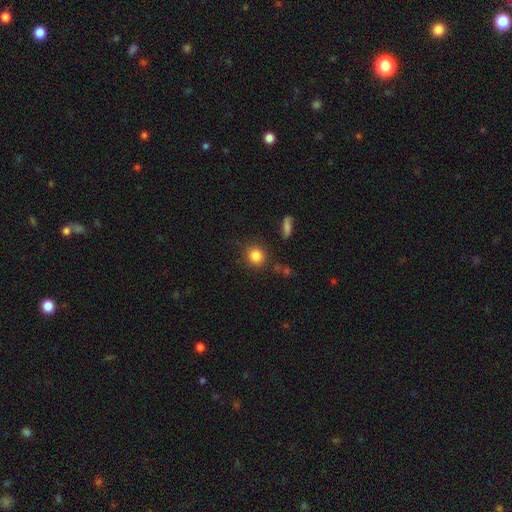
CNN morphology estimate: Smooth or featured: smooth — 84% (star or artifact — 10%)
How rounded: round — 86% (in between — 13%)
Merging: none — 82% (minor disturbance — 11%)